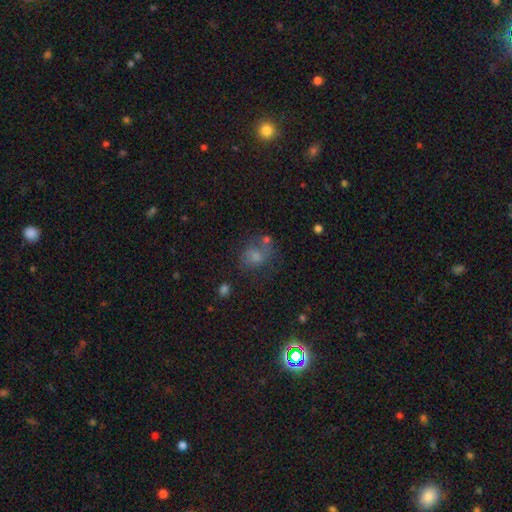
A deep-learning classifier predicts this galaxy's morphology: Overall: smooth (63%). How rounded: round (63%; in between 36%). Merging: none (47%; minor disturbance 20%).